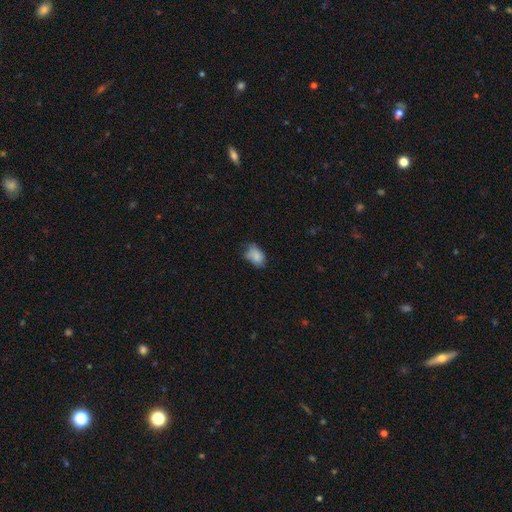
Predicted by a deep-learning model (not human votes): The model was most divided on "merging": none: 50%, minor disturbance: 37%, major disturbance: 10%, merger: 4%. More confident: smooth or featured — smooth (82%); how rounded — in between (82%).